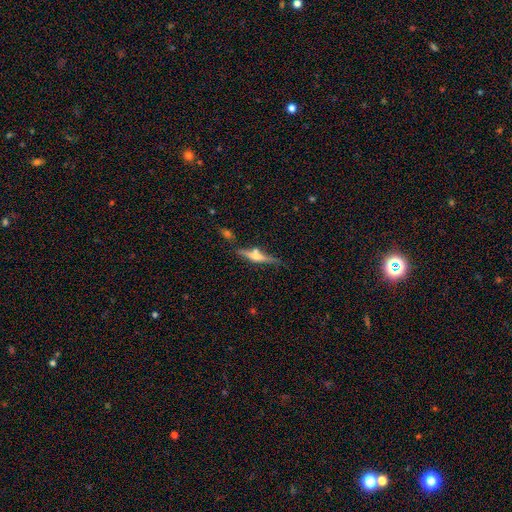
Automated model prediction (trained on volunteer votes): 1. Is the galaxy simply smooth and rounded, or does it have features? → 60% featured or disk, 32% smooth, 8% star or artifact.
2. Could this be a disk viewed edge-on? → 95% yes, 5% no.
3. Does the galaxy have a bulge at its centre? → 80% rounded, 10% boxy, 9% none.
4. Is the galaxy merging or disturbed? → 72% none, 14% minor disturbance, 10% merger, 4% major disturbance.